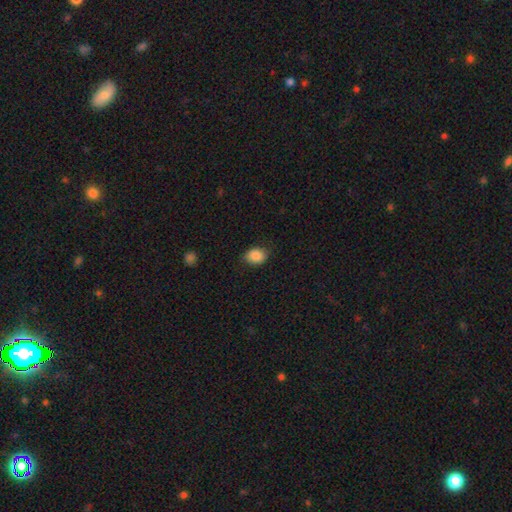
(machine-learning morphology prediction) This appears to be a smooth galaxy with no disk features (86%) that is in between round and cigar-shaped (58%). Merging: none (79%).